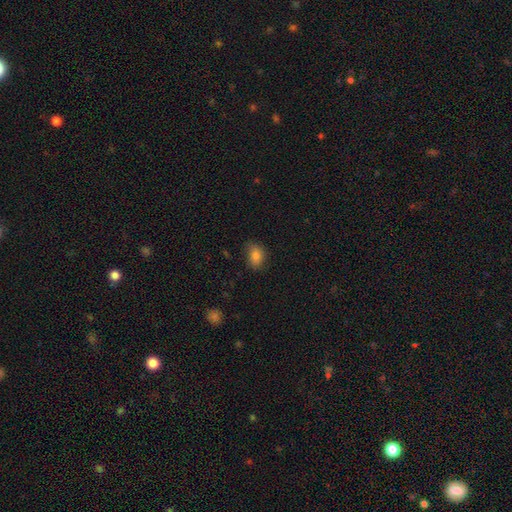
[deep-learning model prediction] A smooth galaxy with no disk features (84%) that is in between round and cigar-shaped (74%).

Vote fractions:
- Smooth or featured? smooth: 84% / star or artifact: 10% / featured or disk: 6%
- How rounded? in between: 74% / round: 25% / cigar-shaped: 1%
- Merging? none: 75% / minor disturbance: 20% / major disturbance: 4% / merger: 1%